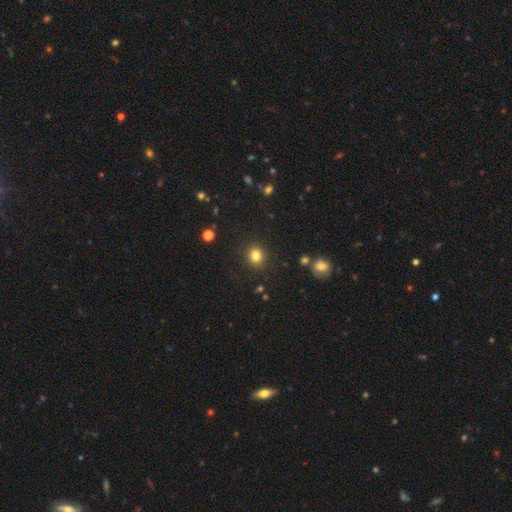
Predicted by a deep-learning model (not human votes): This is clearly a smooth galaxy (83%). How rounded: likely round (70%). Merging: clearly none (87%).